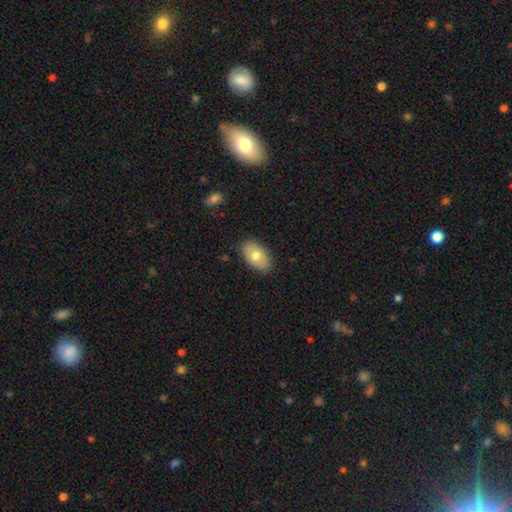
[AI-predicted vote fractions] Morphology: type=smooth (71%); roundness=in between (93%); merging=none (84%).